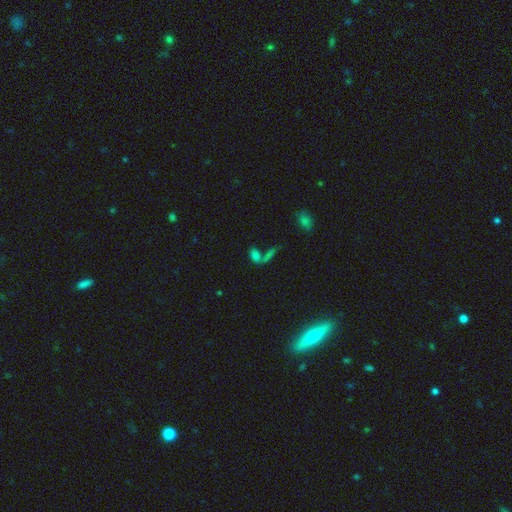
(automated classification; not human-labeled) Smooth or featured? Predicted: smooth (p=0.68). How rounded? Predicted: in between (p=0.78). Merging? Predicted: merger (p=0.45).